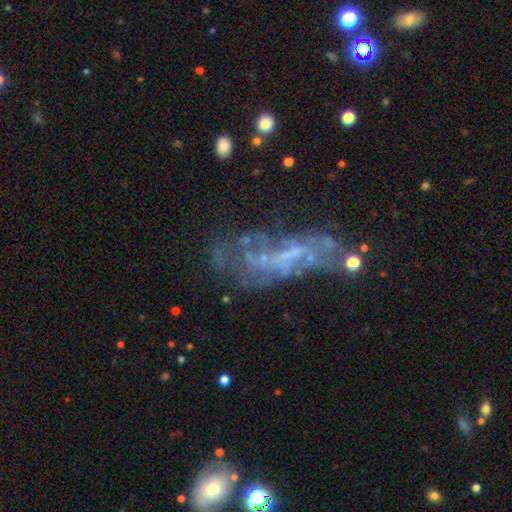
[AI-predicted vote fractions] A featured or disk galaxy (65%) with no bar (68%), no spiral arms (75%) and no central bulge (64%).

Vote fractions:
- Smooth or featured? featured or disk: 65% / smooth: 20% / star or artifact: 16%
- Edge-on disk? no: 91% / yes: 9%
- Bar? no: 68% / weak: 21% / strong: 11%
- Spiral arms? no: 75% / yes: 25%
- Bulge size? none: 64% / small: 24% / moderate: 9% / large: 2% / dominant: 1%
- Merging? none: 39% / major disturbance: 29% / minor disturbance: 18% / merger: 14%